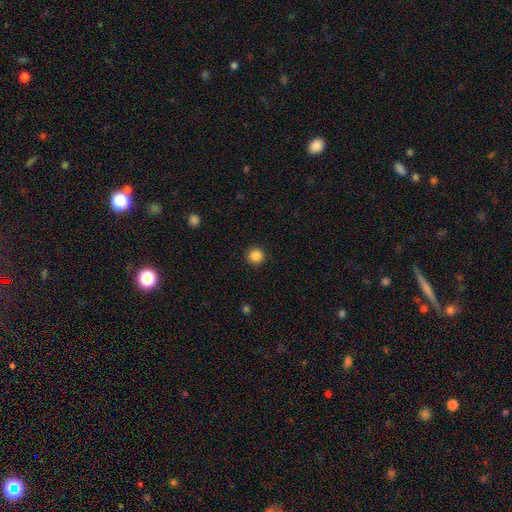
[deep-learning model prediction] smooth 86%, star or artifact 11%, featured or disk 3%. Down the decision tree: how rounded — round (95%); merging — none (92%).